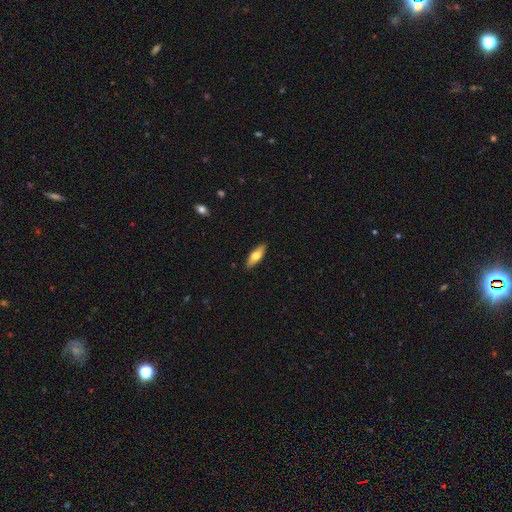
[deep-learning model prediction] The model was most divided on "how rounded": in between: 62%, cigar-shaped: 35%, round: 2%. More confident: merging — none (88%); smooth or featured — smooth (65%).